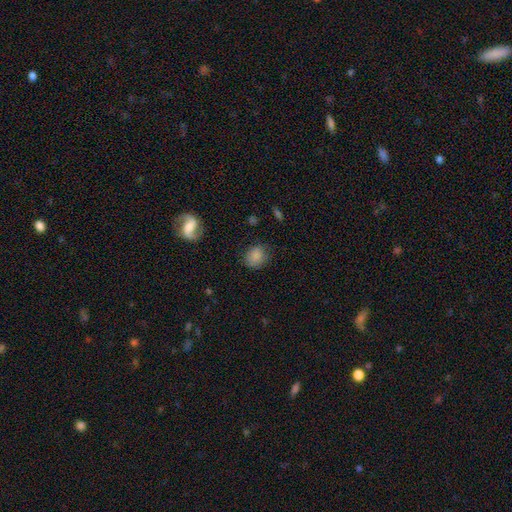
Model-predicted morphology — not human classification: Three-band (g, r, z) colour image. It shows a smooth galaxy with no disk features (82%) that is round (64%). Merging: none (75%).